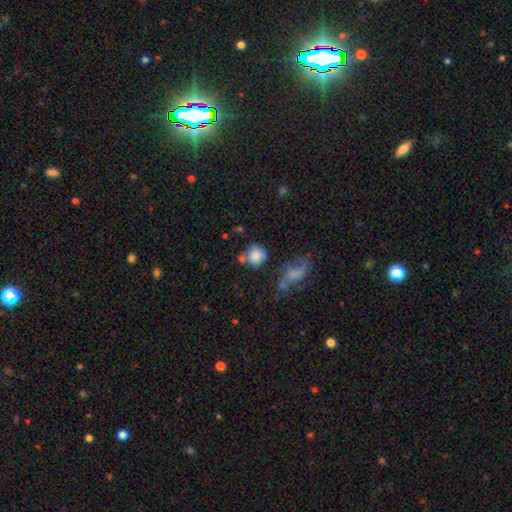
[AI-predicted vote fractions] Morphology: type=smooth (82%); roundness=round (79%); merging=none (56%).